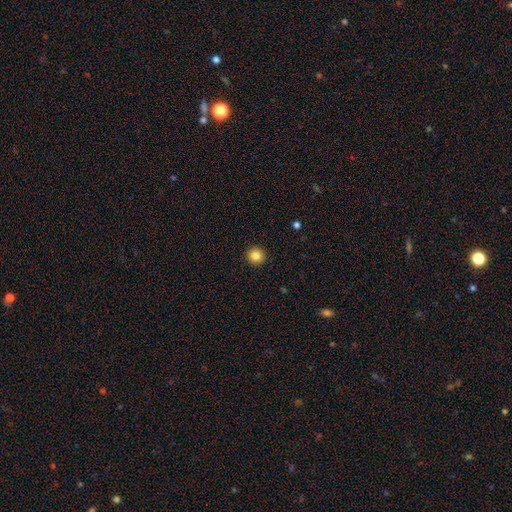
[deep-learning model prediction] smooth 84%, star or artifact 10%, featured or disk 6%. Down the decision tree: how rounded — round (93%); merging — none (93%).